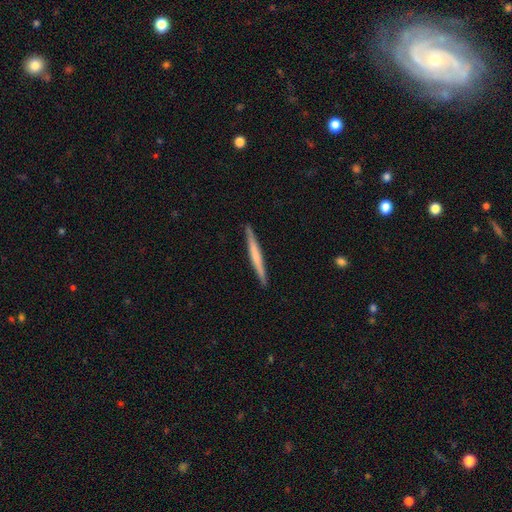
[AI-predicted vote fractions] smooth_or_featured: smooth (p=0.50) [alt: featured or disk p=0.45]
merging: none (p=0.92) [alt: minor disturbance p=0.06]